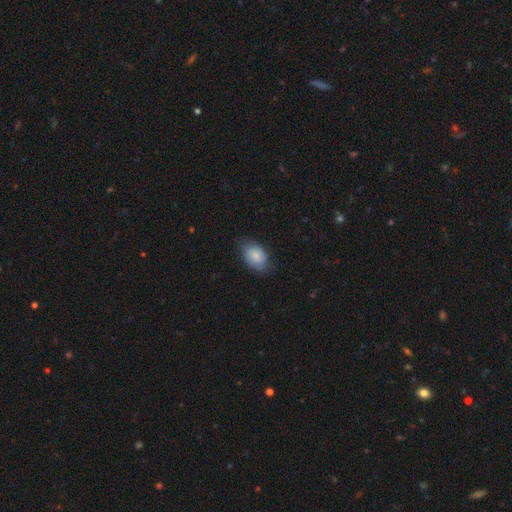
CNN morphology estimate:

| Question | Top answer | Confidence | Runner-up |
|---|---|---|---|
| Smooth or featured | smooth | 80% | featured or disk (13%) |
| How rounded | in between | 84% | round (15%) |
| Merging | none | 71% | minor disturbance (23%) |